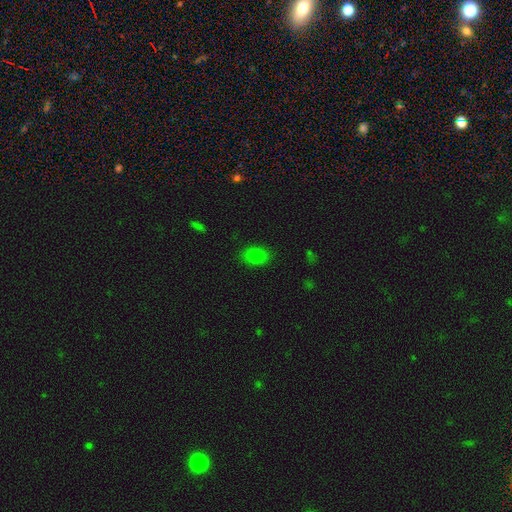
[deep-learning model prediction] A smooth galaxy with no disk features (81%) that is in between round and cigar-shaped (73%). Merging: none (85%).